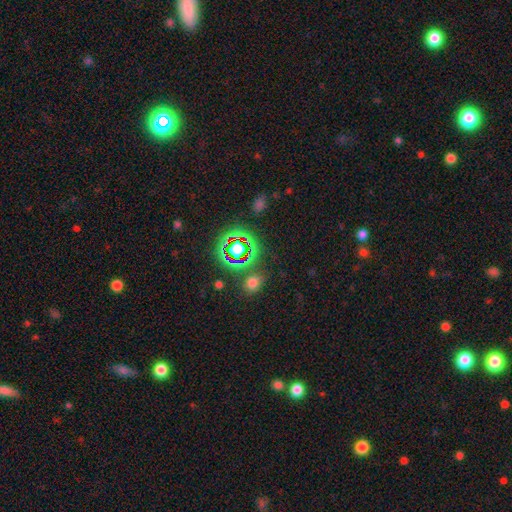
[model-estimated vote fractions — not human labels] Smooth or featured? star or artifact (68%)